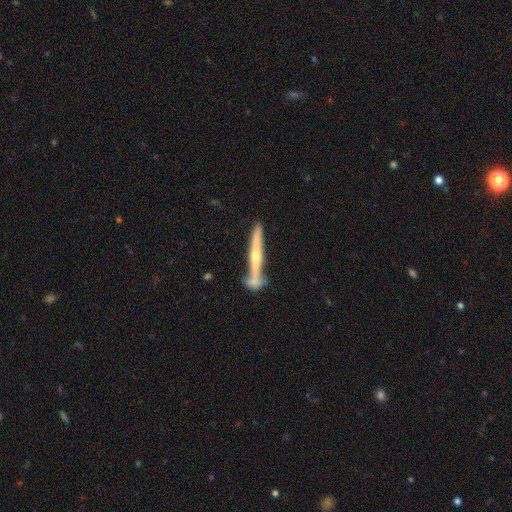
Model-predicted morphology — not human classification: Smooth or featured: featured or disk — 66% (smooth — 28%)
Edge-on disk: yes — 96% (no — 4%)
Edge-on bulge: rounded — 77% (none — 18%)
Merging: none — 66% (minor disturbance — 15%)